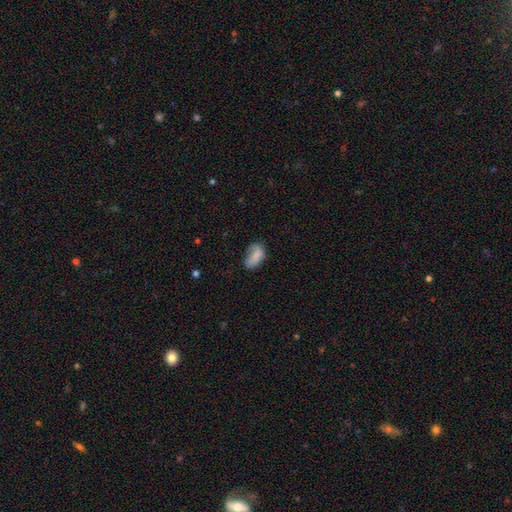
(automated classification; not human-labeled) Morphology: type=smooth (79%); roundness=in between (91%); merging=none (45%).